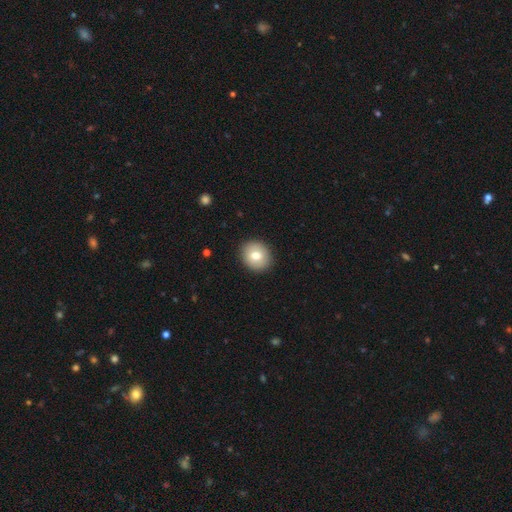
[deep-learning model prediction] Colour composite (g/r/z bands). It shows a smooth galaxy with no disk features (75%) that is round (72%). Merging: none (90%).